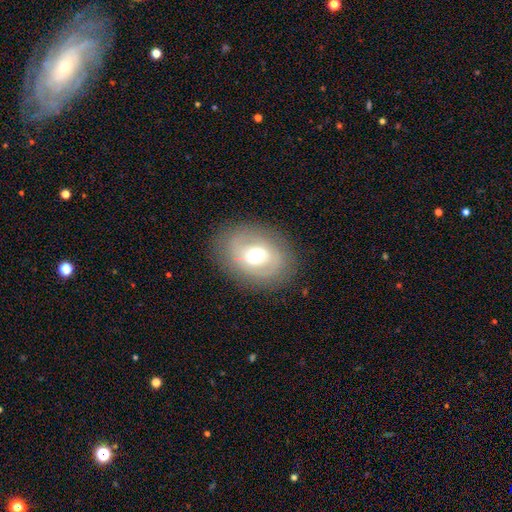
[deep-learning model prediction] The model was most divided on "smooth or featured": featured or disk: 46%, smooth: 44%, star or artifact: 10%. More confident: merging — none (81%).